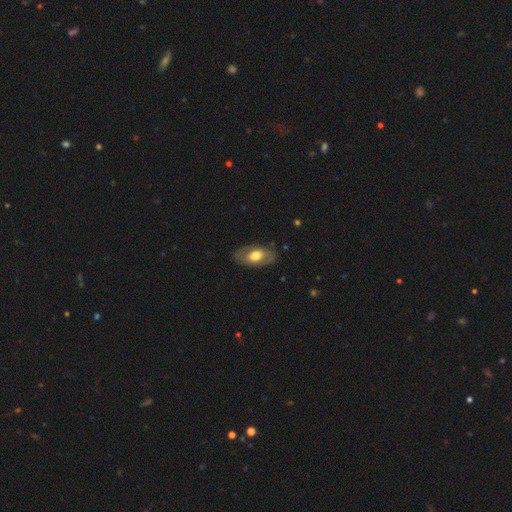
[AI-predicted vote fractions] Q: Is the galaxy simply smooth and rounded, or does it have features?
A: smooth — 54%.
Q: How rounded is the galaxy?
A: in between — 91%.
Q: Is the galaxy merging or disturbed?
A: none — 81%.